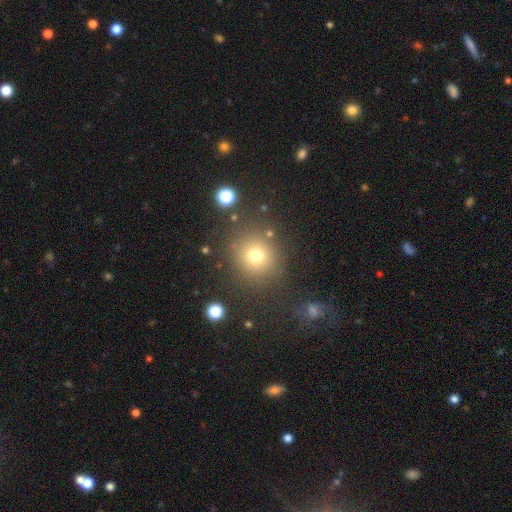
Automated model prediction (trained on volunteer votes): This is likely a smooth galaxy (74%). How rounded: clearly round (89%). Merging: clearly none (82%).